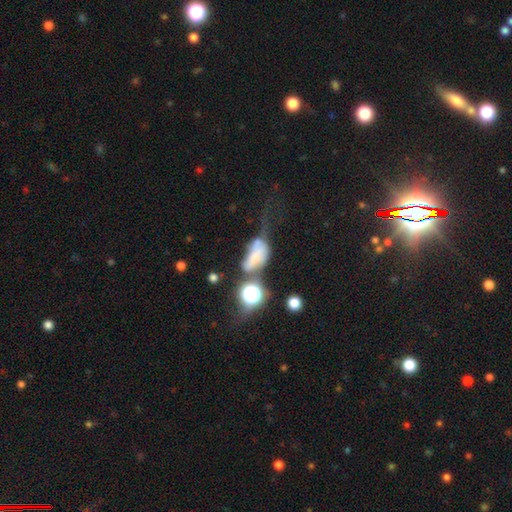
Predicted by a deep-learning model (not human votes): Smooth or featured: smooth — 50% (featured or disk — 33%)
How rounded: in between — 83% (round — 12%)
Merging: major disturbance — 38% (merger — 32%)